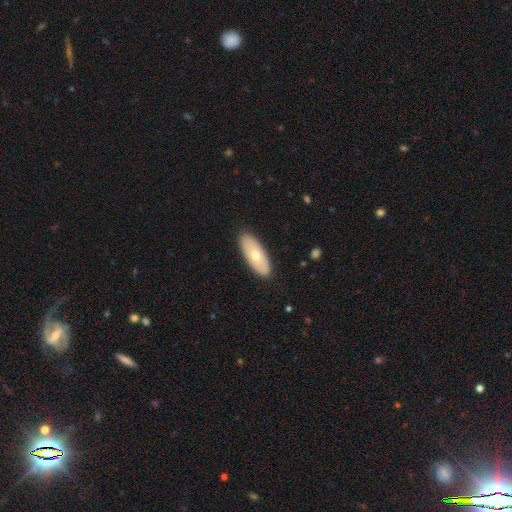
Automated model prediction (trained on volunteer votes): A smooth galaxy with no disk features (67%) that is in between round and cigar-shaped (79%).

Vote fractions:
- Smooth or featured? smooth: 67% / featured or disk: 28% / star or artifact: 5%
- How rounded? in between: 79% / cigar-shaped: 19% / round: 2%
- Merging? none: 88% / minor disturbance: 9% / major disturbance: 2% / merger: 1%